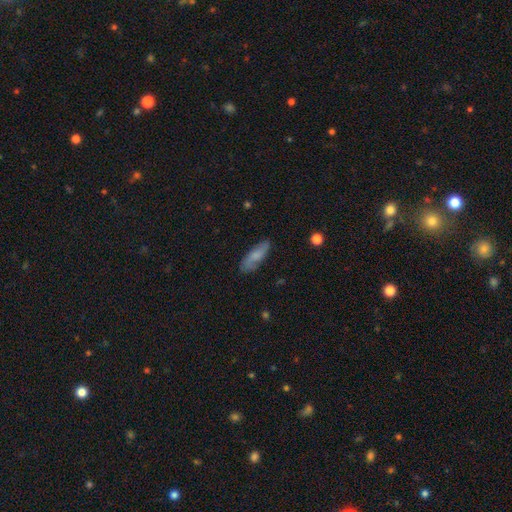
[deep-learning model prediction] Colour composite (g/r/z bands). It shows a smooth galaxy with no disk features (66%) that is in between round and cigar-shaped (57%). Merging: none (76%).